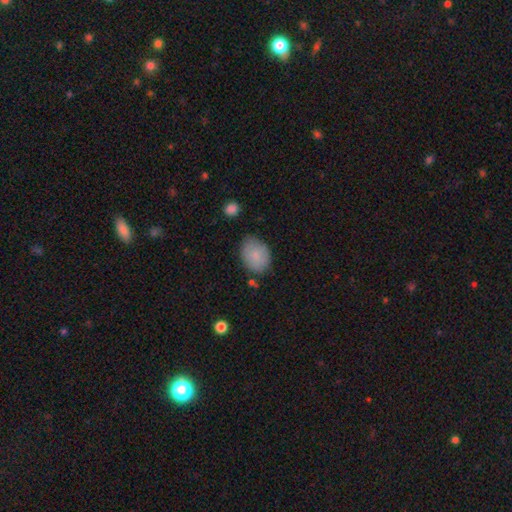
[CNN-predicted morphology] type=smooth (82%); roundness=in between (67%); merging=none (72%).